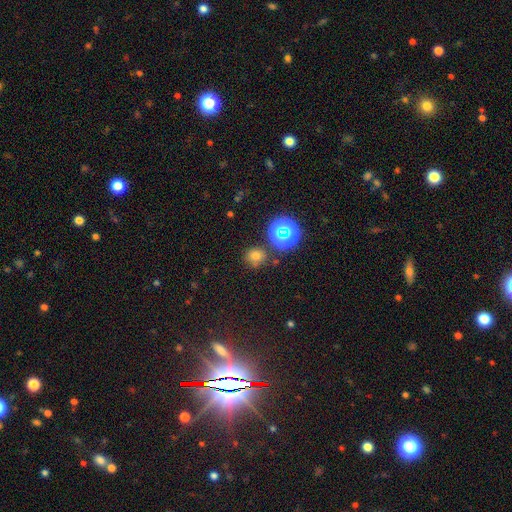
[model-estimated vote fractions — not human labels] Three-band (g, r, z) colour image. It shows a smooth galaxy with no disk features (68%) that is round (81%). Merging: none (75%).